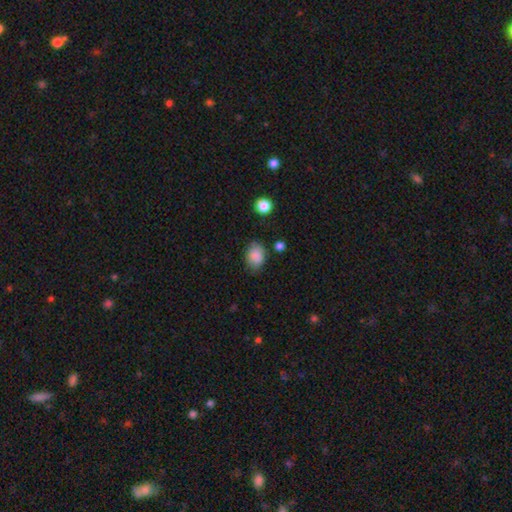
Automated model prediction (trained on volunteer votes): Smooth or featured: smooth — 86% (star or artifact — 9%)
How rounded: in between — 72% (round — 27%)
Merging: none — 74% (minor disturbance — 19%)